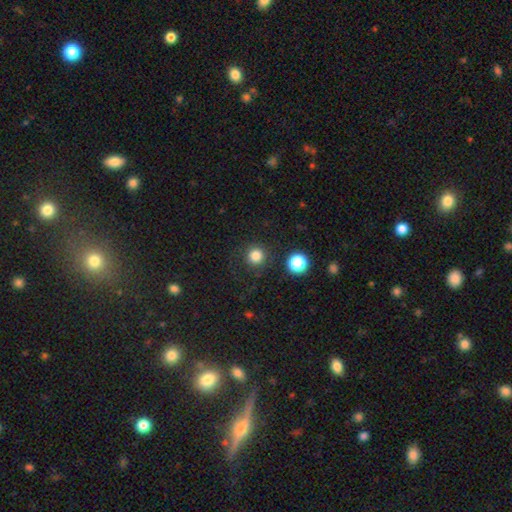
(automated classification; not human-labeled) smooth 83%, star or artifact 13%, featured or disk 4%. Down the decision tree: how rounded — round (94%); merging — none (86%).